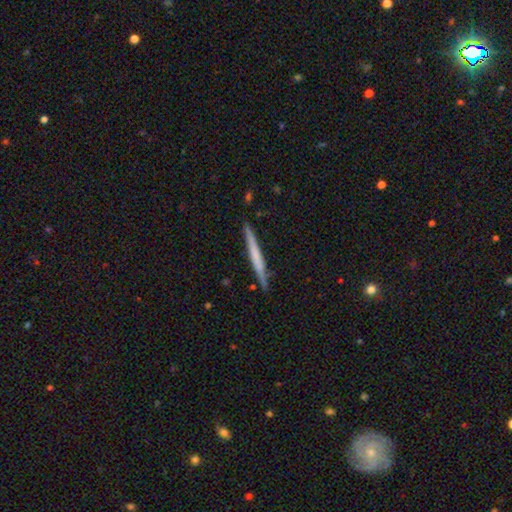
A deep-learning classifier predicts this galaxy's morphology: Smooth or featured? smooth (48%)
Merging? none (88%)